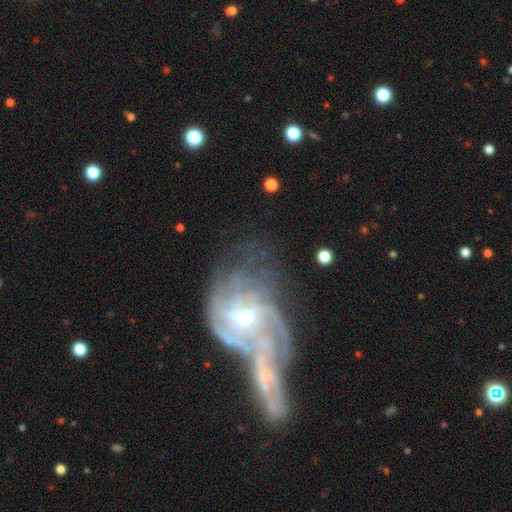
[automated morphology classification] Smooth or featured? featured or disk (82%)
Edge-on disk? no (95%)
Bar? no (56%)
Spiral arms? yes (88%)
Spiral winding? tight (55%)
Spiral arm count? can't tell (48%)
Bulge size? small (52%)
Merging? merger (52%)